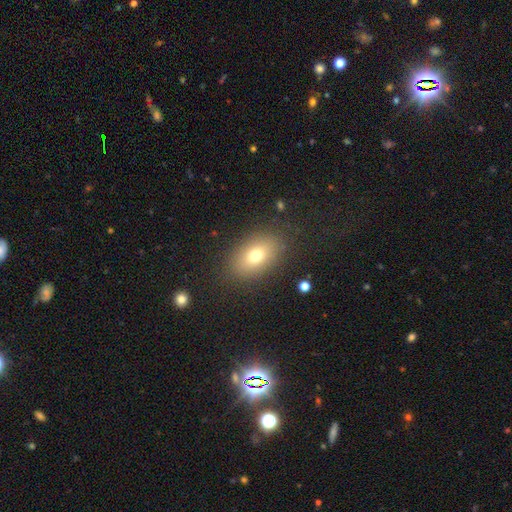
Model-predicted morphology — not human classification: smooth 74%, featured or disk 15%, star or artifact 11%. Down the decision tree: how rounded — in between (84%); merging — none (84%).